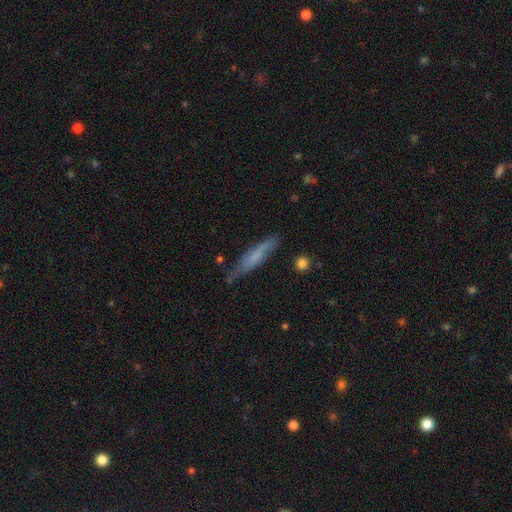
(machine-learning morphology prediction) A smooth galaxy with no disk features (57%) that is cigar-shaped (86%).

Vote fractions:
- Smooth or featured? smooth: 57% / featured or disk: 35% / star or artifact: 7%
- How rounded? cigar-shaped: 86% / in between: 12% / round: 2%
- Merging? none: 68% / minor disturbance: 23% / major disturbance: 5% / merger: 3%